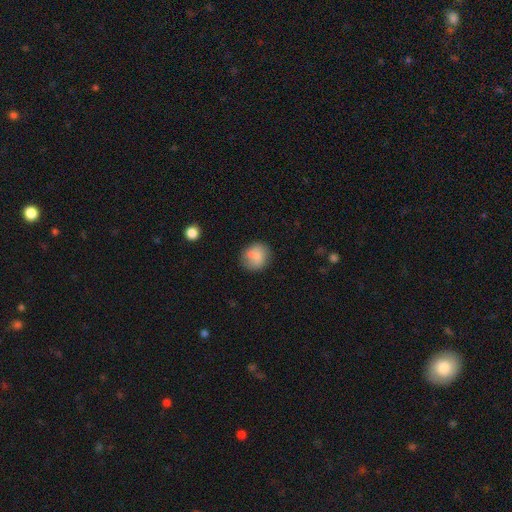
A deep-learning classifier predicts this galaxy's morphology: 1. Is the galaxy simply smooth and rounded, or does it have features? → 81% smooth, 10% featured or disk, 9% star or artifact.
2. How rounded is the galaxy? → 76% round, 23% in between, 1% cigar-shaped.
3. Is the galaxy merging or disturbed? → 71% none, 19% minor disturbance, 6% major disturbance, 4% merger.